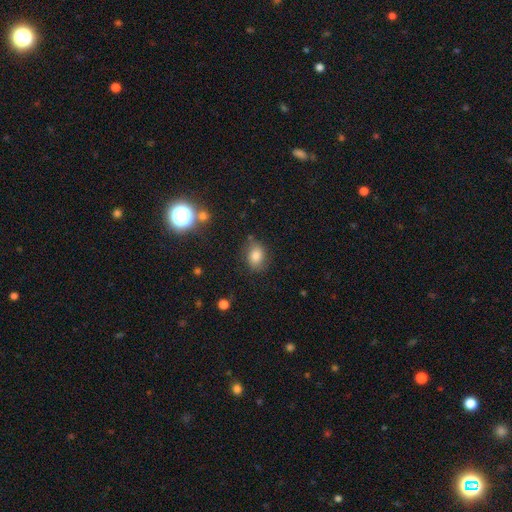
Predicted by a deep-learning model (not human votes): Morphology: type=smooth (80%); roundness=in between (62%); merging=none (76%).